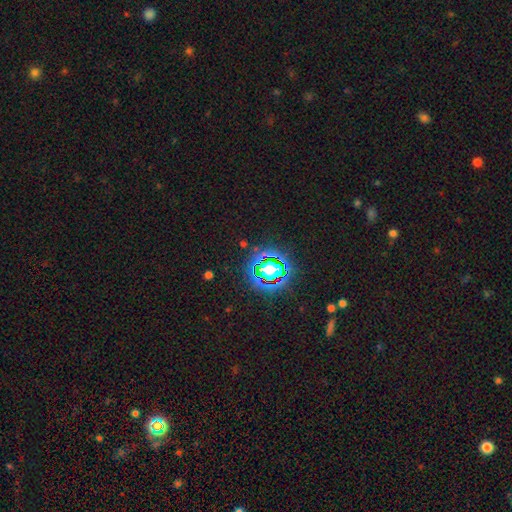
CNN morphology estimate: Q: Smooth or featured?
A: star or artifact (82%); runner-up: smooth (11%)